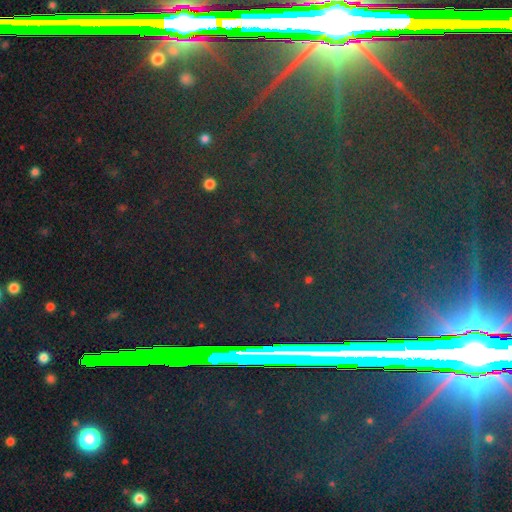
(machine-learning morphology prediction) Overall: star or artifact (84%).